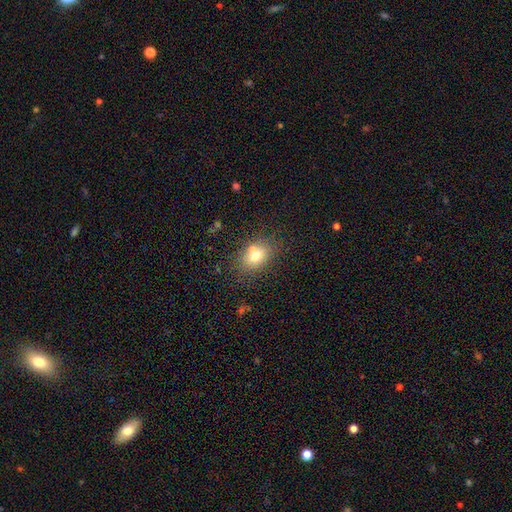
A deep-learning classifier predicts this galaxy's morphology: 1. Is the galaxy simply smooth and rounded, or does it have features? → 71% smooth, 17% featured or disk, 12% star or artifact.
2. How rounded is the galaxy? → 68% in between, 31% round, 1% cigar-shaped.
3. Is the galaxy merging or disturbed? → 63% none, 21% merger, 13% minor disturbance, 4% major disturbance.